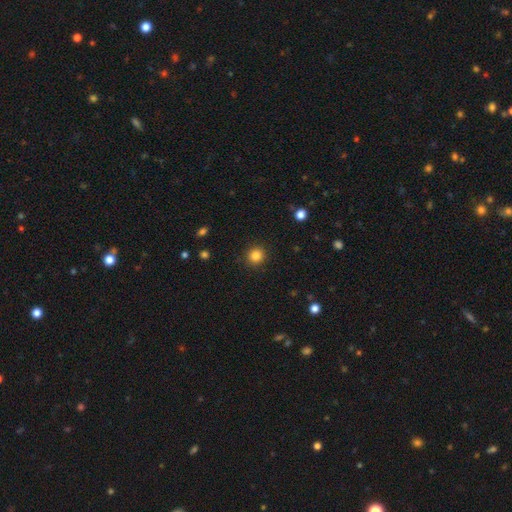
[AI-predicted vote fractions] The model was most divided on "smooth or featured": smooth: 84%, star or artifact: 12%, featured or disk: 4%. More confident: how rounded — round (94%); merging — none (91%).